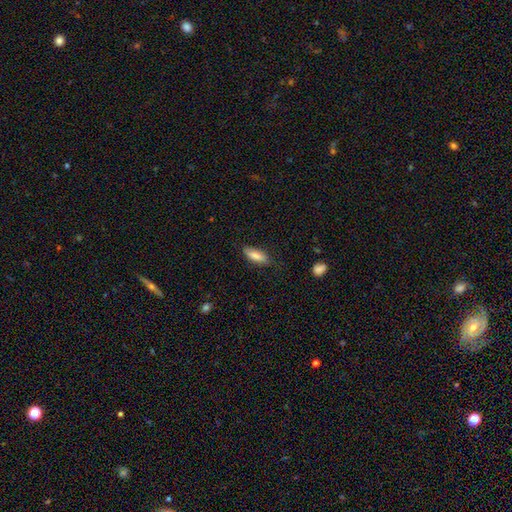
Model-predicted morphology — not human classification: A smooth galaxy with no disk features (82%) that is in between round and cigar-shaped (63%). Merging: none (76%).